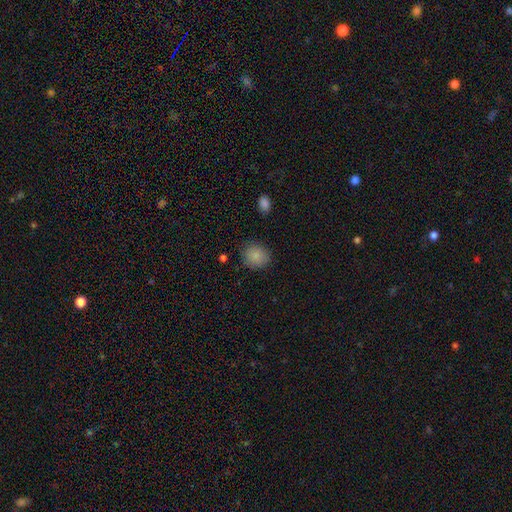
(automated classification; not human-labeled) The model was most divided on "how rounded": round: 78%, in between: 21%, cigar-shaped: 1%. More confident: smooth or featured — smooth (87%); merging — none (85%).